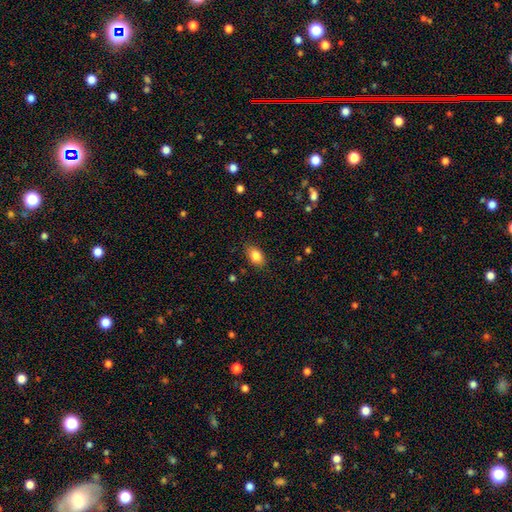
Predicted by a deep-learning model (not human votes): smooth-or-featured: smooth: 85% | star or artifact: 8% | featured or disk: 7%
  how-rounded: in between: 86% | round: 12% | cigar-shaped: 2%
  merging: none: 84% | minor disturbance: 13% | major disturbance: 3% | merger: 1%